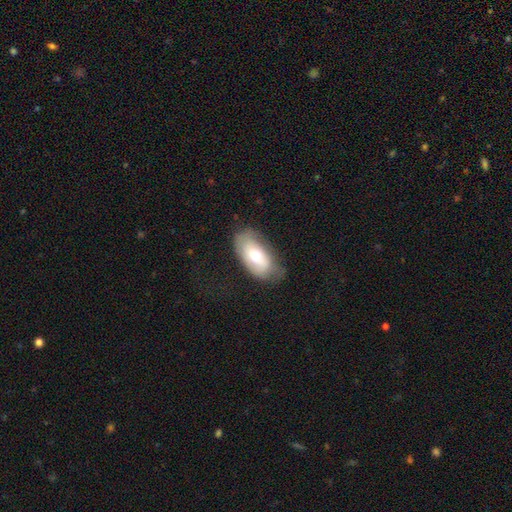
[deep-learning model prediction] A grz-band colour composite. It shows a smooth galaxy with no disk features (61%) that is in between round and cigar-shaped (93%). Merging: none (58%).